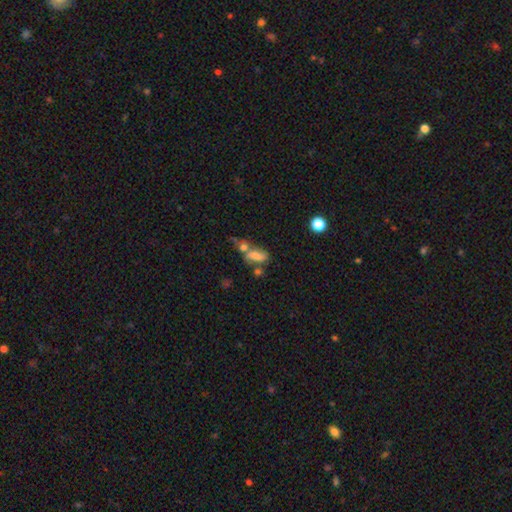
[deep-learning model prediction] A smooth galaxy with no disk features (64%) that is in between round and cigar-shaped (78%). Merging: merger (42%).